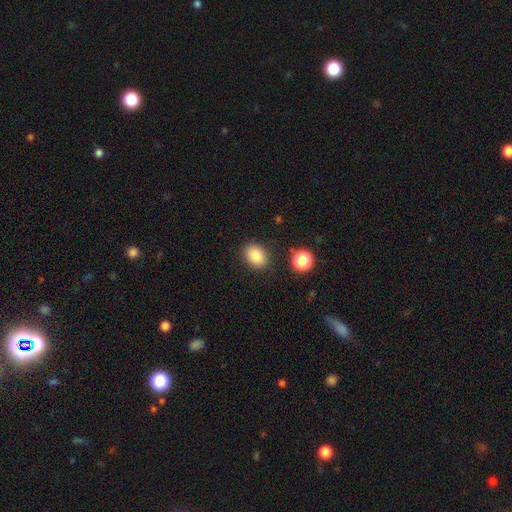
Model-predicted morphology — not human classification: smooth 85%, star or artifact 10%, featured or disk 6%. Down the decision tree: how rounded — in between (64%); merging — none (86%).